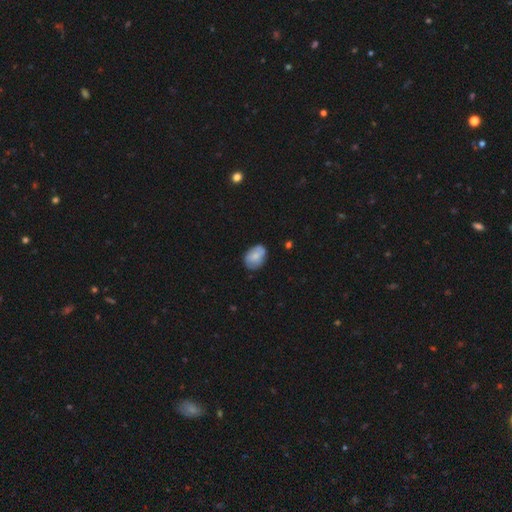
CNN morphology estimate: smooth 72%, featured or disk 21%, star or artifact 7%. Down the decision tree: how rounded — in between (75%); merging — none (68%).